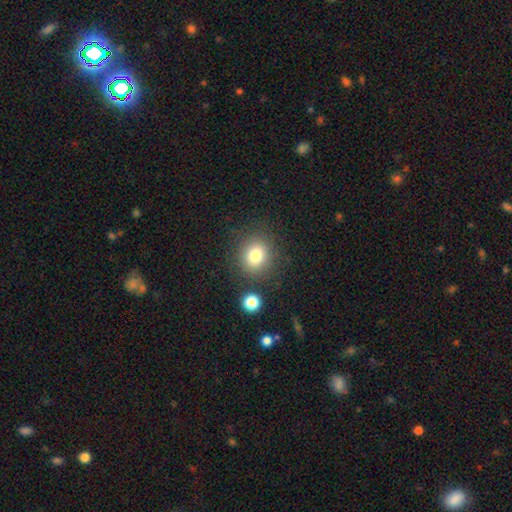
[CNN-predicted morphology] smooth 79%, star or artifact 13%, featured or disk 8%. Down the decision tree: how rounded — round (76%); merging — none (84%).